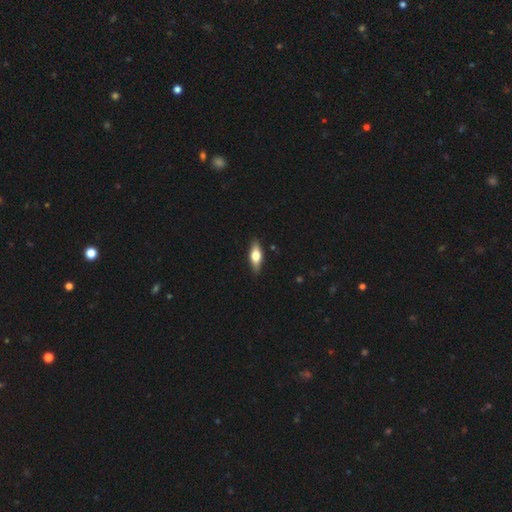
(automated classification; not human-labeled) Smooth or featured? smooth (48%)
Merging? none (88%)